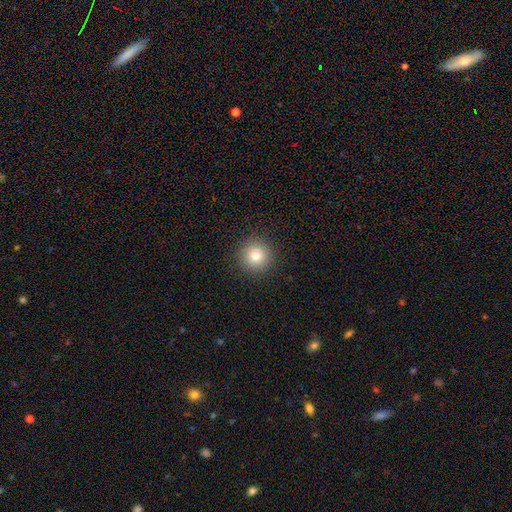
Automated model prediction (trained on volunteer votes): Overall: smooth (82%). How rounded: round (95%). Merging: none (91%).